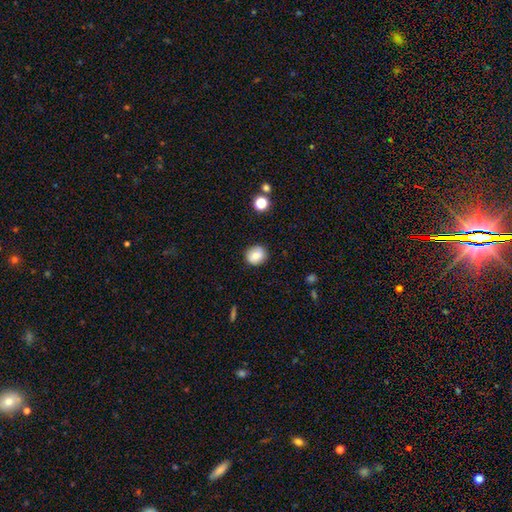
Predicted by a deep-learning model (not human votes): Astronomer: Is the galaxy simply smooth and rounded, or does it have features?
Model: smooth — 80%.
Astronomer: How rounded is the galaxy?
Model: round — 75%.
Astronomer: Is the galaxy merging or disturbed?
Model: none — 88%.